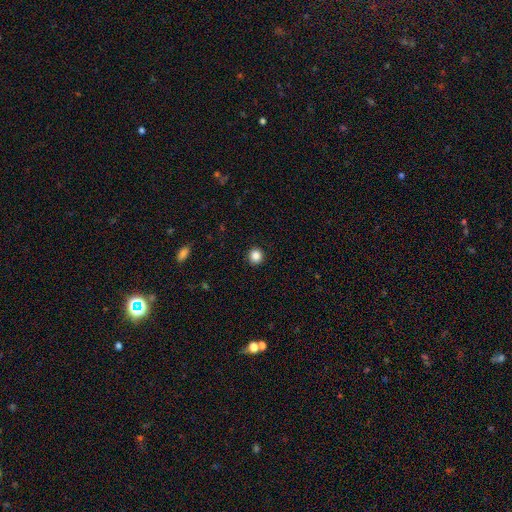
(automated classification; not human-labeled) Smooth or featured?
  - smooth: 86% *
  - star or artifact: 11%
  - featured or disk: 3%
How rounded?
  - round: 93% *
  - in between: 7%
  - cigar-shaped: 1%
Merging?
  - none: 92% *
  - minor disturbance: 5%
  - major disturbance: 2%
  - merger: 1%